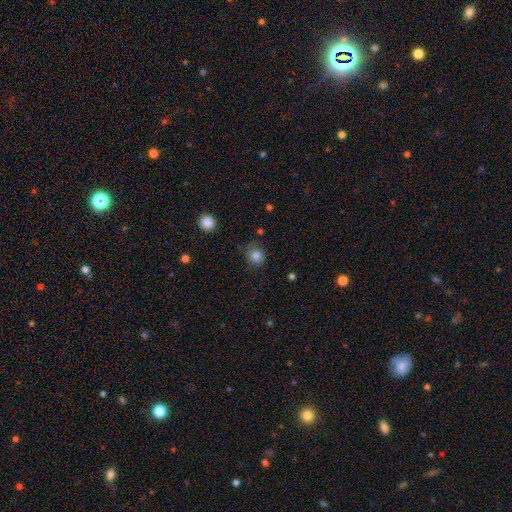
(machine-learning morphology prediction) smooth 83%, star or artifact 11%, featured or disk 6%. Down the decision tree: how rounded — round (84%); merging — none (72%).